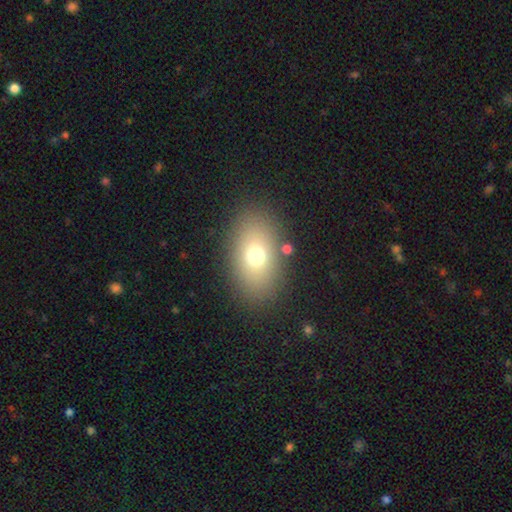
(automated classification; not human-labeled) This appears to be a smooth galaxy with no disk features (70%) that is in between round and cigar-shaped (81%). Merging: none (83%).